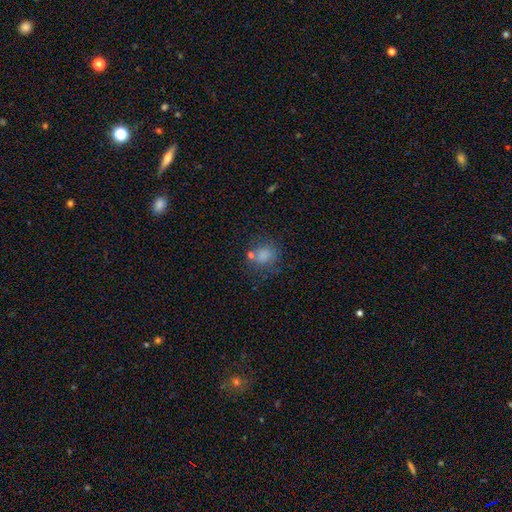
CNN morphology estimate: Q: Smooth or featured?
A: smooth (76%); runner-up: star or artifact (14%)
Q: How rounded?
A: round (74%); runner-up: in between (25%)
Q: Merging?
A: none (62%); runner-up: minor disturbance (17%)